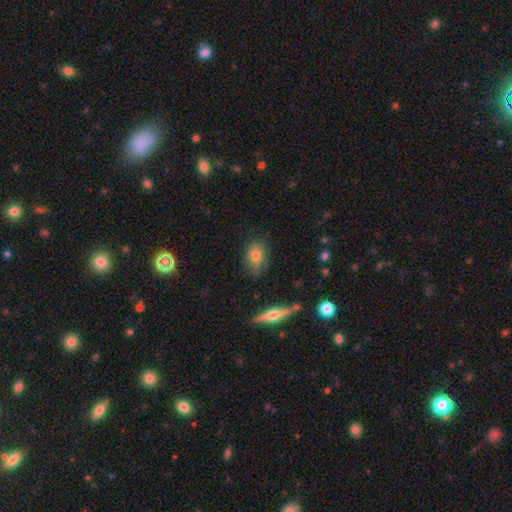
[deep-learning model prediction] Q: Smooth or featured?
A: smooth (73%); runner-up: featured or disk (17%)
Q: How rounded?
A: in between (76%); runner-up: round (20%)
Q: Merging?
A: none (75%); runner-up: minor disturbance (19%)